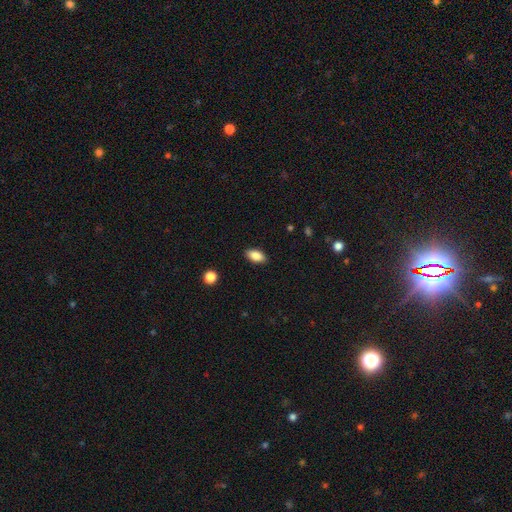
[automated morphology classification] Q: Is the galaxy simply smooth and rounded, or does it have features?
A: smooth — 87%.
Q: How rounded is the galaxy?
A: in between — 92%.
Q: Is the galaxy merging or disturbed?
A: none — 89%.